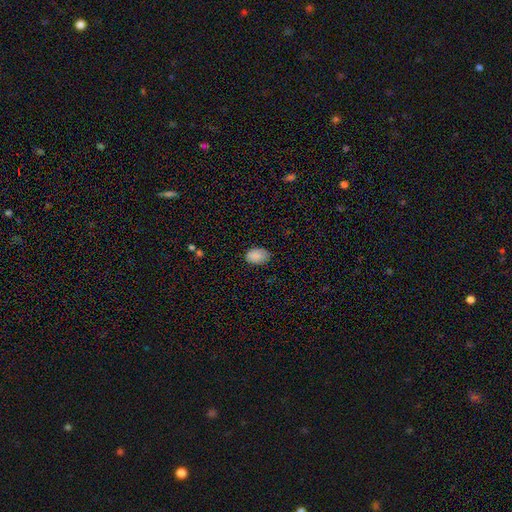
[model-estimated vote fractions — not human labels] A smooth galaxy with no disk features (88%) that is in between round and cigar-shaped (86%).

Vote fractions:
- Smooth or featured? smooth: 88% / star or artifact: 8% / featured or disk: 4%
- How rounded? in between: 86% / round: 13% / cigar-shaped: 1%
- Merging? none: 80% / minor disturbance: 16% / major disturbance: 3% / merger: 1%